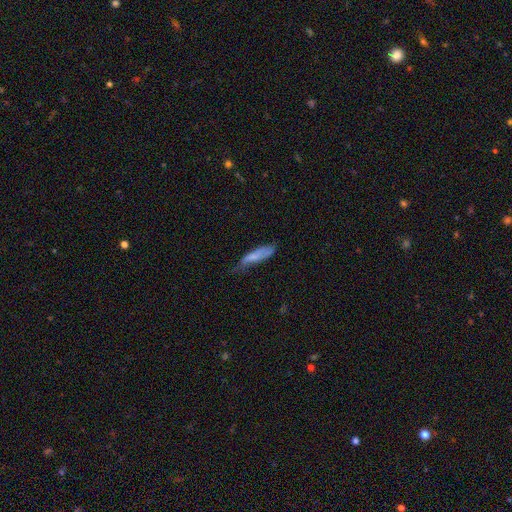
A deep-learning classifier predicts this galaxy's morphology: The model was most divided on "merging": none: 41%, minor disturbance: 38%, major disturbance: 17%, merger: 4%. More confident: how rounded — cigar-shaped (72%); smooth or featured — smooth (66%).